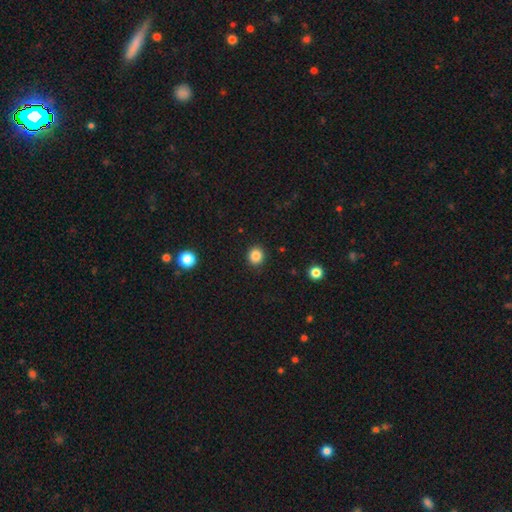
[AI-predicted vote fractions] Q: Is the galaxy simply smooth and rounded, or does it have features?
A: smooth — 86%.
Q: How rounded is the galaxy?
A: round — 83%.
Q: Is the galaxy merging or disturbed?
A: none — 91%.